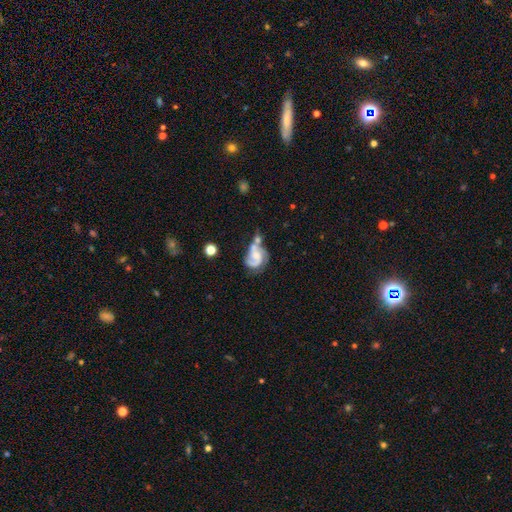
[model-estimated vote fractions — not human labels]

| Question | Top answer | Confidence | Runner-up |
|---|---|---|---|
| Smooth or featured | featured or disk | 77% | smooth (16%) |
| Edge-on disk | no | 98% | yes (2%) |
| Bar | no | 57% | weak (35%) |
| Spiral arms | yes | 92% | no (8%) |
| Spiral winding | medium | 49% | tight (27%) |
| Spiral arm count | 2 | 74% | 1 (11%) |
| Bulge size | small | 42% | moderate (37%) |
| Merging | merger | 35% | none (29%) |